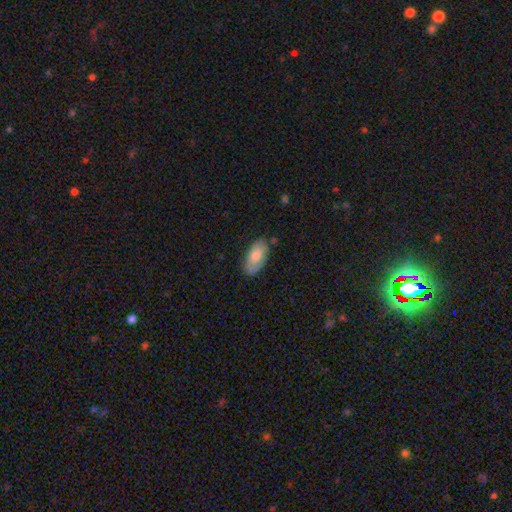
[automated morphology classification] A smooth galaxy with no disk features (74%) that is in between round and cigar-shaped (94%). Merging: none (80%).